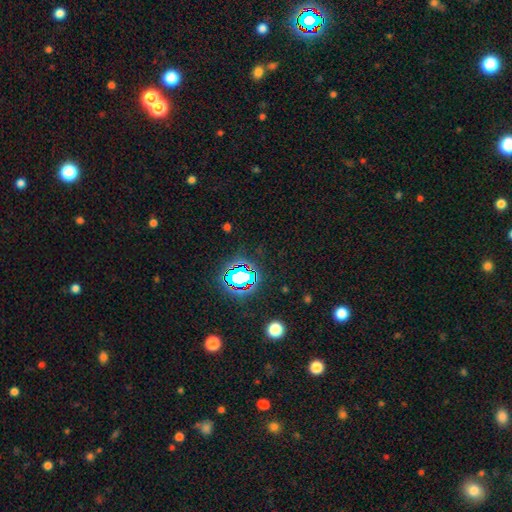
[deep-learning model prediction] Smooth or featured: star or artifact — 79% (smooth — 13%)